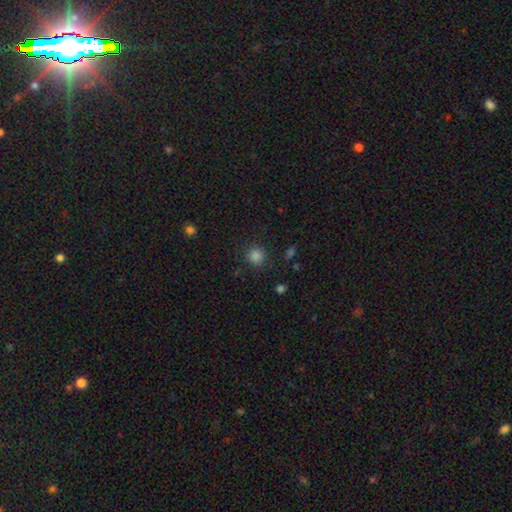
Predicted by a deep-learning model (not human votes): smooth_or_featured: smooth (p=0.83) [alt: star or artifact p=0.13]
how_rounded: round (p=0.90) [alt: in between p=0.09]
merging: none (p=0.87) [alt: minor disturbance p=0.08]